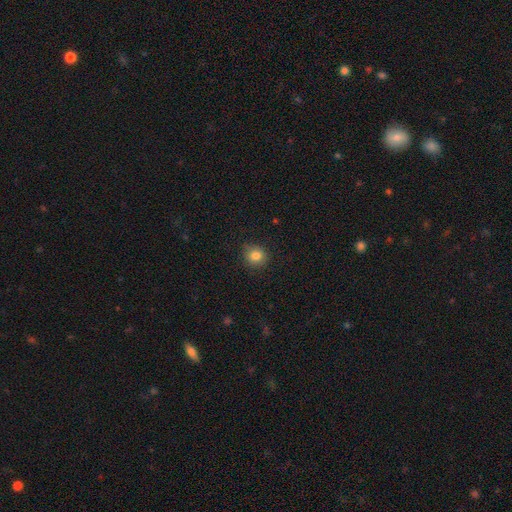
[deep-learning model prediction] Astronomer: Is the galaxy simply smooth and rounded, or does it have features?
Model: smooth — 83%.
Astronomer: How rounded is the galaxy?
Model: round — 89%.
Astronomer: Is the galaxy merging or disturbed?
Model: none — 87%.